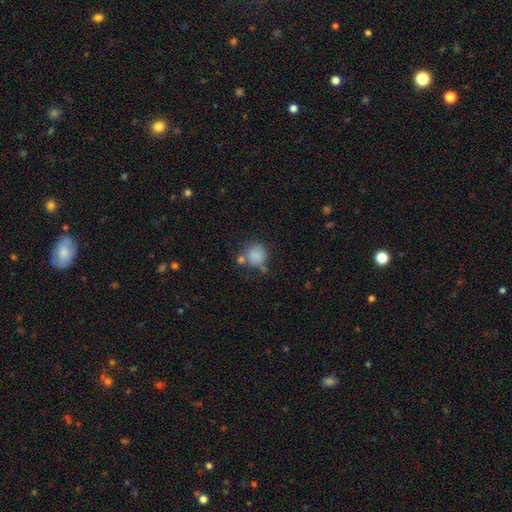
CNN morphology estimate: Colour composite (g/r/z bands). It shows a smooth galaxy with no disk features (79%) that is round (79%). Merging: none (49%).